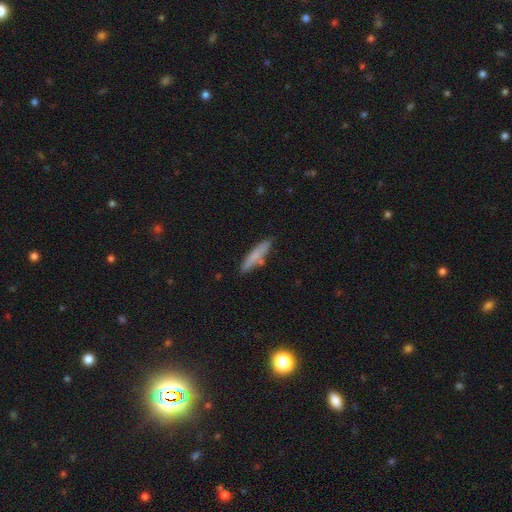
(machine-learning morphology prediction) A smooth galaxy with no disk features (74%) that is cigar-shaped (85%).

Vote fractions:
- Smooth or featured? smooth: 74% / featured or disk: 19% / star or artifact: 7%
- How rounded? cigar-shaped: 85% / in between: 13% / round: 2%
- Merging? none: 80% / minor disturbance: 13% / merger: 5% / major disturbance: 2%